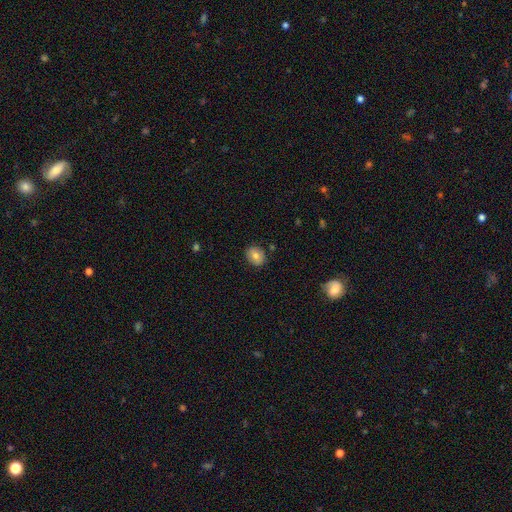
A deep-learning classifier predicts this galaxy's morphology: smooth-or-featured: smooth: 73% | featured or disk: 19% | star or artifact: 9%
  how-rounded: round: 61% | in between: 38% | cigar-shaped: 1%
  merging: none: 86% | minor disturbance: 10% | major disturbance: 2% | merger: 2%